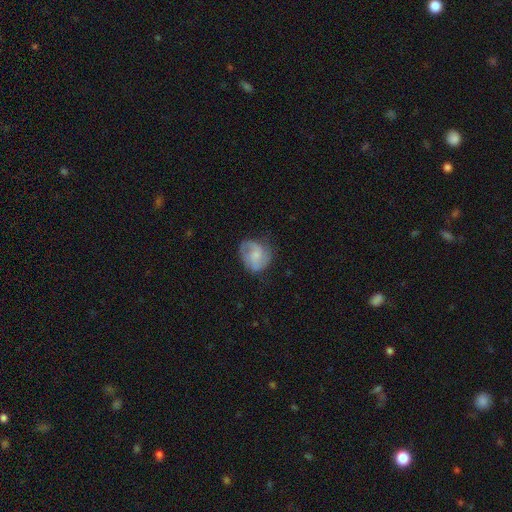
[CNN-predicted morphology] The model was most divided on "smooth or featured": featured or disk: 52%, smooth: 40%, star or artifact: 7%. Remaining: edge-on disk — no (98%); spiral arms — yes (85%); bar — no (65%); merging — none (58%); bulge size — small (47%).